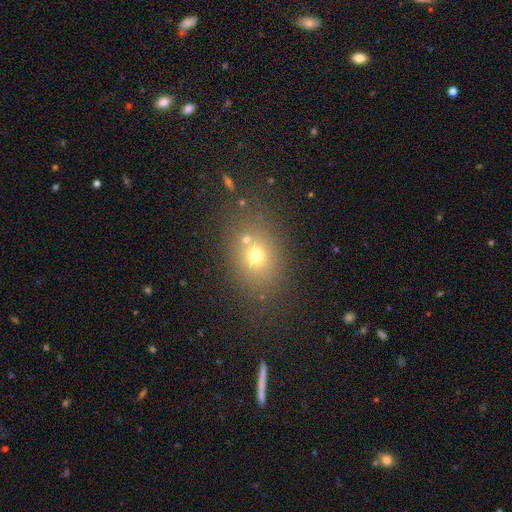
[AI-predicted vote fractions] Smooth or featured: smooth — 66% (star or artifact — 19%)
How rounded: in between — 59% (round — 40%)
Merging: none — 70% (merger — 12%)